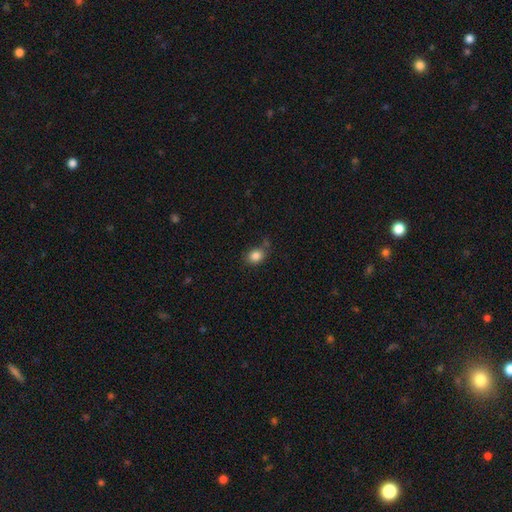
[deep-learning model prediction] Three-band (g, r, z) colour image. It shows a smooth galaxy with no disk features (85%) that is in between round and cigar-shaped (52%). Merging: none (66%).